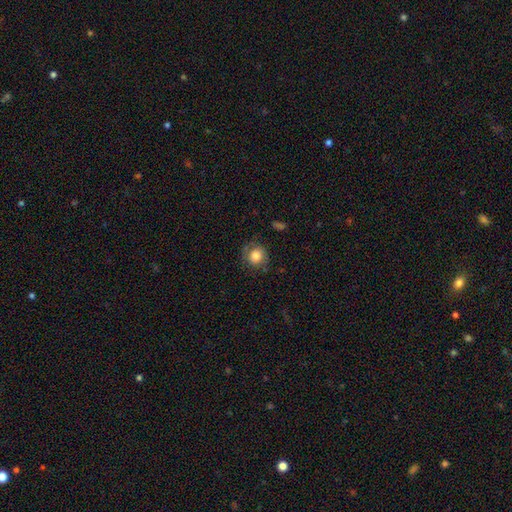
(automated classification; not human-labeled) The model was most divided on "merging": none: 72%, minor disturbance: 19%, major disturbance: 7%, merger: 2%. More confident: how rounded — round (84%); smooth or featured — smooth (81%).